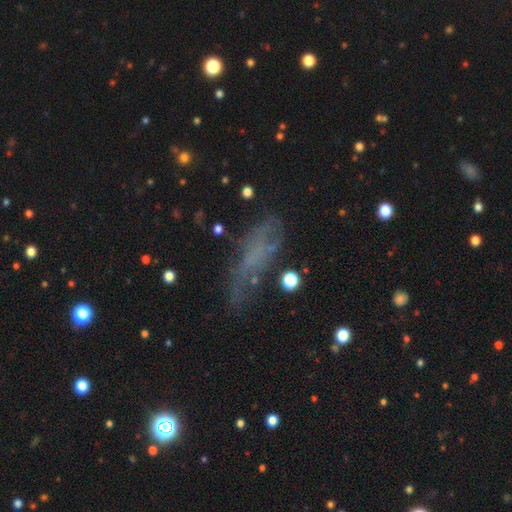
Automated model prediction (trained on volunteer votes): smooth_or_featured: smooth (p=0.41) [alt: featured or disk p=0.39]
merging: none (p=0.47) [alt: minor disturbance p=0.26]